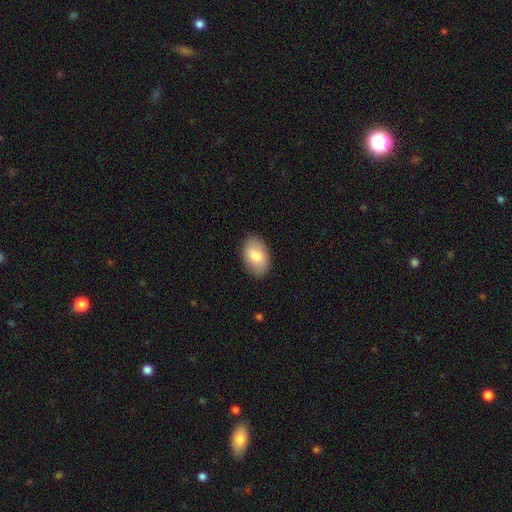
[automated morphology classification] This is clearly a smooth galaxy (80%). How rounded: clearly in between (90%). Merging: clearly none (87%).